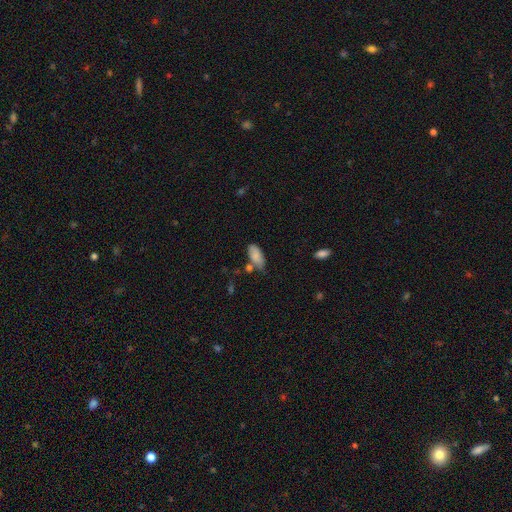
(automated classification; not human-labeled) Smooth or featured?
  - smooth: 84% *
  - featured or disk: 9%
  - star or artifact: 7%
How rounded?
  - in between: 91% *
  - cigar-shaped: 7%
  - round: 2%
Merging?
  - none: 51% *
  - minor disturbance: 30%
  - merger: 12%
  - major disturbance: 7%